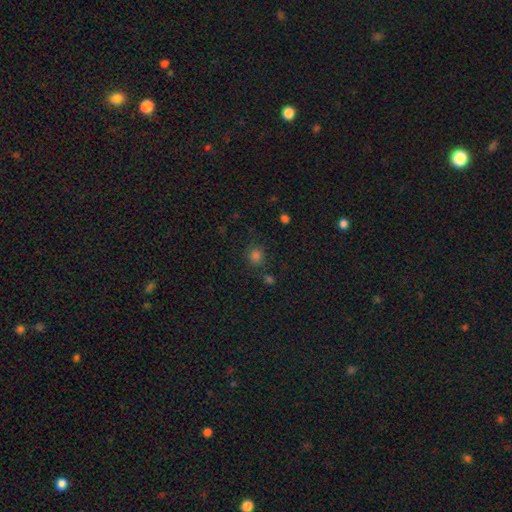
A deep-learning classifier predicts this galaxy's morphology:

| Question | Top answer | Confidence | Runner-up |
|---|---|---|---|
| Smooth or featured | smooth | 72% | star or artifact (23%) |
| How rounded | round | 86% | in between (13%) |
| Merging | none | 81% | minor disturbance (9%) |